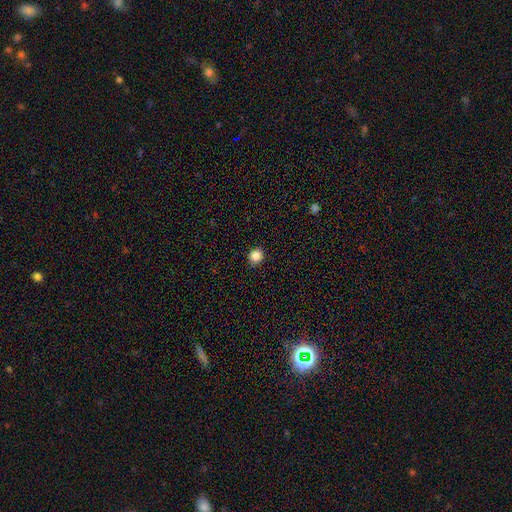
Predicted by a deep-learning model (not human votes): A smooth galaxy with no disk features (86%) that is round (90%).

Vote fractions:
- Smooth or featured? smooth: 86% / star or artifact: 11% / featured or disk: 4%
- How rounded? round: 90% / in between: 9% / cigar-shaped: 1%
- Merging? none: 92% / minor disturbance: 5% / major disturbance: 2% / merger: 1%